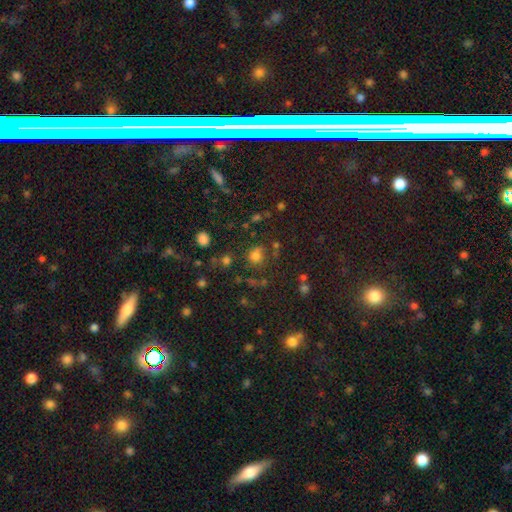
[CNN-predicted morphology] A smooth galaxy with no disk features (65%) that is round (77%). Merging: none (66%).